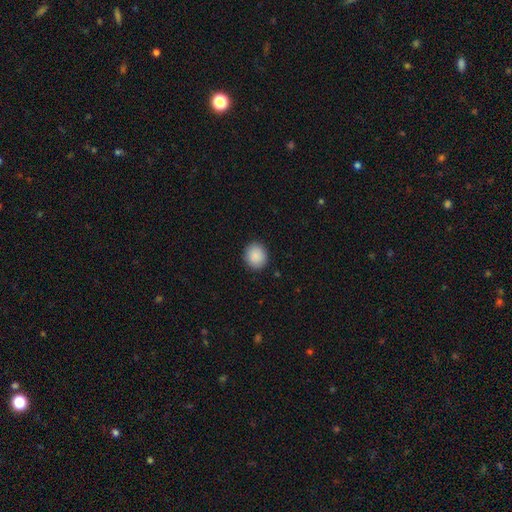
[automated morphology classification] Q: Smooth or featured?
A: smooth (90%); runner-up: star or artifact (7%)
Q: How rounded?
A: round (81%); runner-up: in between (18%)
Q: Merging?
A: none (90%); runner-up: minor disturbance (7%)